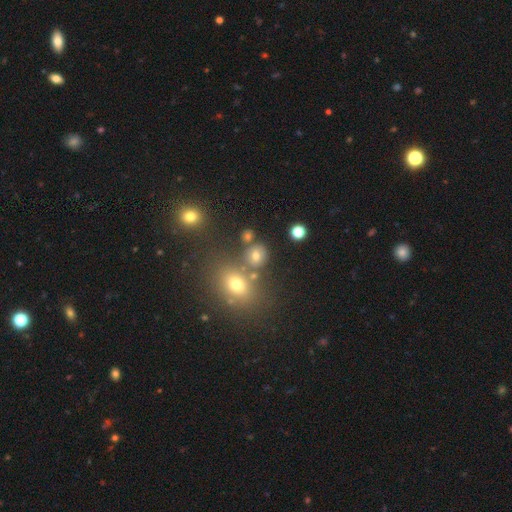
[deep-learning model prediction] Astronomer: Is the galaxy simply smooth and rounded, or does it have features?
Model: smooth — 67%.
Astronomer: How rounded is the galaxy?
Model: round — 73%.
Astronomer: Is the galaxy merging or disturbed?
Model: none — 68%.